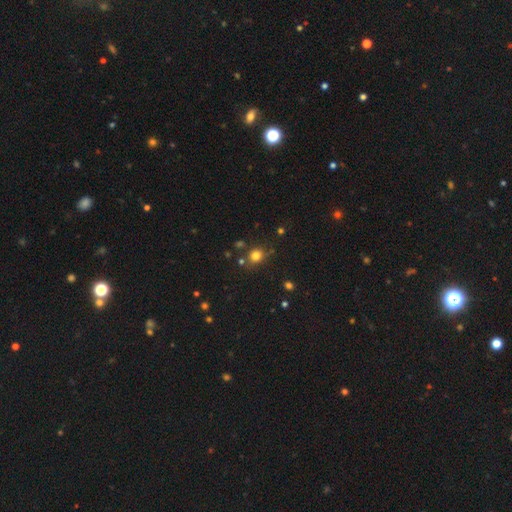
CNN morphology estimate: Smooth or featured? smooth (78%)
How rounded? round (78%)
Merging? none (75%)